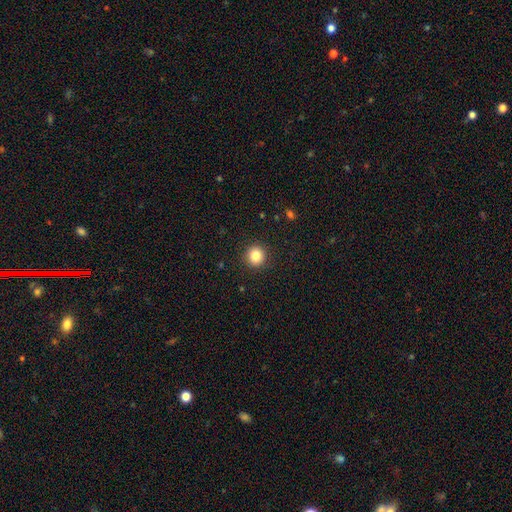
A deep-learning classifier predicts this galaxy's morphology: smooth_or_featured: smooth (p=0.83) [alt: star or artifact p=0.11]
how_rounded: round (p=0.93) [alt: in between p=0.06]
merging: none (p=0.92) [alt: minor disturbance p=0.05]